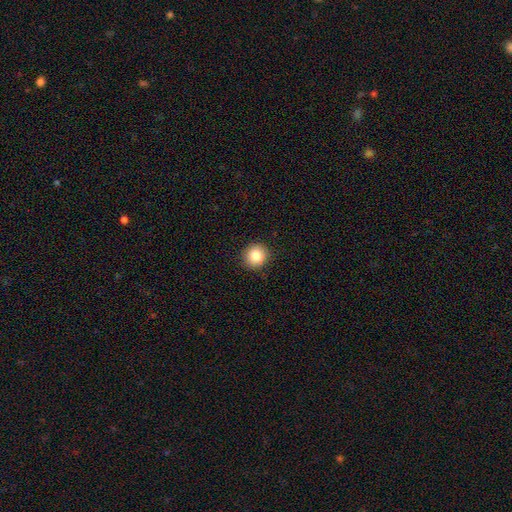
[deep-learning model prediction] Smooth or featured? smooth (84%)
How rounded? round (90%)
Merging? none (91%)